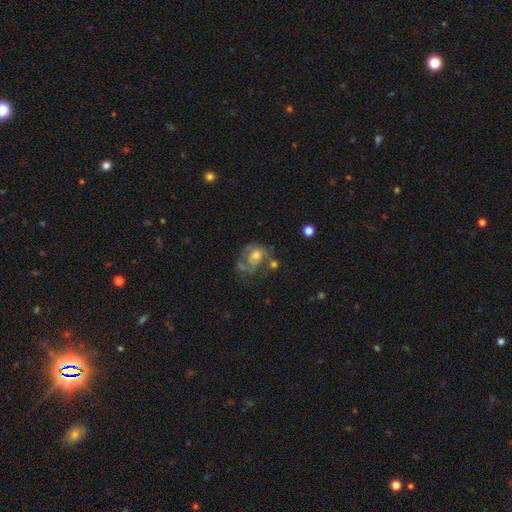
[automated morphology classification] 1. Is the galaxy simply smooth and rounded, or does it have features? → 68% featured or disk, 23% smooth, 9% star or artifact.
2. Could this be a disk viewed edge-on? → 97% no, 3% yes.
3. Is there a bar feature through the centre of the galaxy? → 76% no, 20% weak, 4% strong.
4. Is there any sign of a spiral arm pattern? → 65% yes, 35% no.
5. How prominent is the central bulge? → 57% moderate, 22% small, 12% large, 6% none, 2% dominant.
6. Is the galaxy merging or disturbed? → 33% none, 32% major disturbance, 21% minor disturbance, 13% merger.